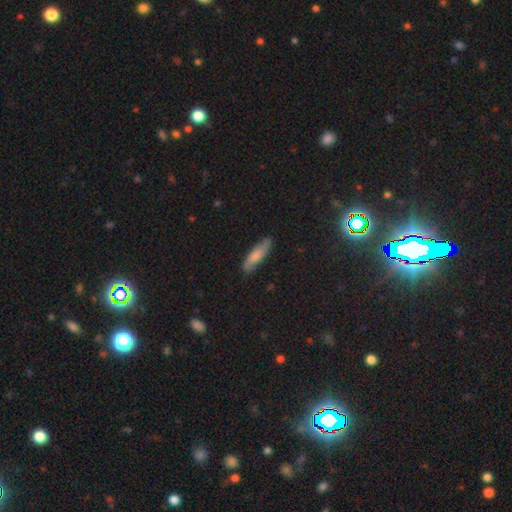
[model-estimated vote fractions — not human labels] smooth_or_featured: smooth (p=0.69) [alt: featured or disk p=0.25]
how_rounded: cigar-shaped (p=0.64) [alt: in between p=0.34]
merging: none (p=0.82) [alt: minor disturbance p=0.14]